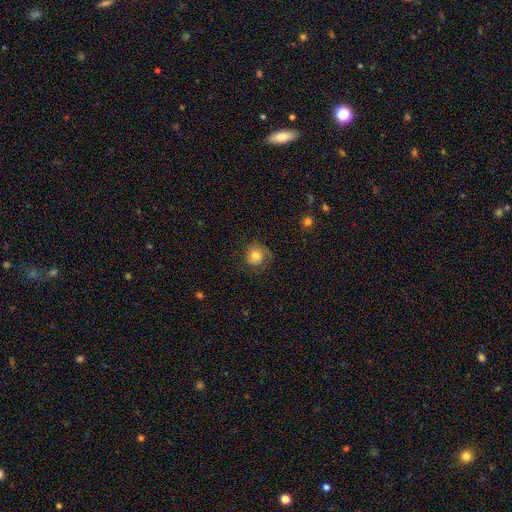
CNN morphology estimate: type=smooth (61%); roundness=round (85%); merging=none (66%).